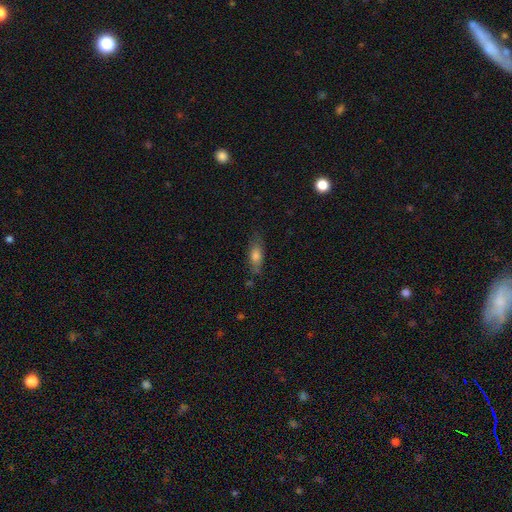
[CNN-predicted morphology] smooth_or_featured: smooth (p=0.69) [alt: featured or disk p=0.23]
how_rounded: in between (p=0.69) [alt: cigar-shaped p=0.27]
merging: none (p=0.70) [alt: minor disturbance p=0.21]